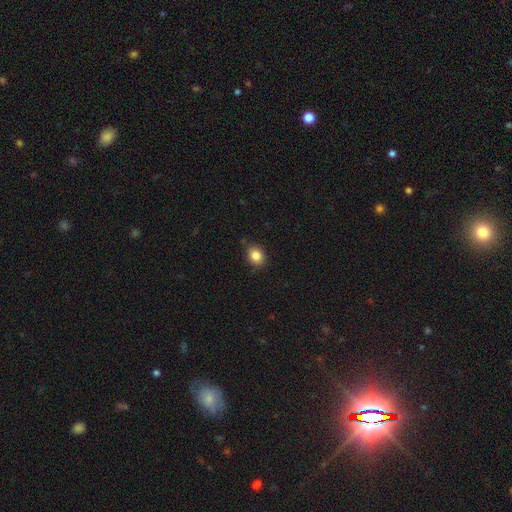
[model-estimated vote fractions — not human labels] smooth_or_featured: smooth (p=0.85) [alt: star or artifact p=0.10]
how_rounded: round (p=0.51) [alt: in between p=0.48]
merging: none (p=0.83) [alt: minor disturbance p=0.12]